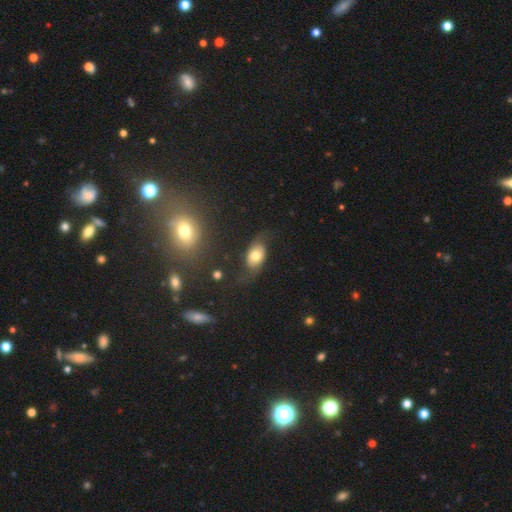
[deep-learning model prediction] smooth 51%, featured or disk 41%, star or artifact 9%. Down the decision tree: how rounded — in between (84%); merging — none (60%).